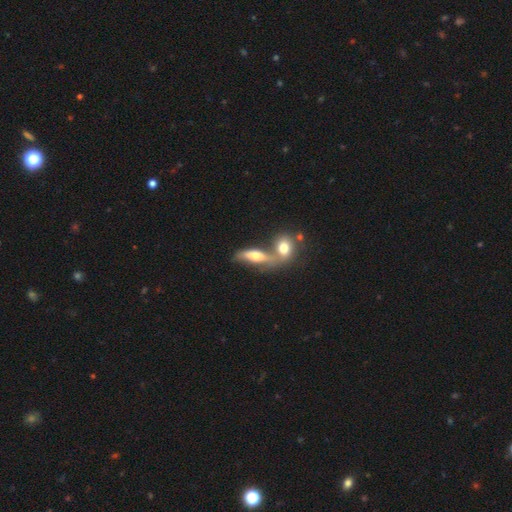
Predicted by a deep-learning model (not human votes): A smooth galaxy with no disk features (48%).

Vote fractions:
- Smooth or featured? smooth: 48% / featured or disk: 44% / star or artifact: 8%
- Merging? merger: 54% / none: 32% / minor disturbance: 9% / major disturbance: 5%